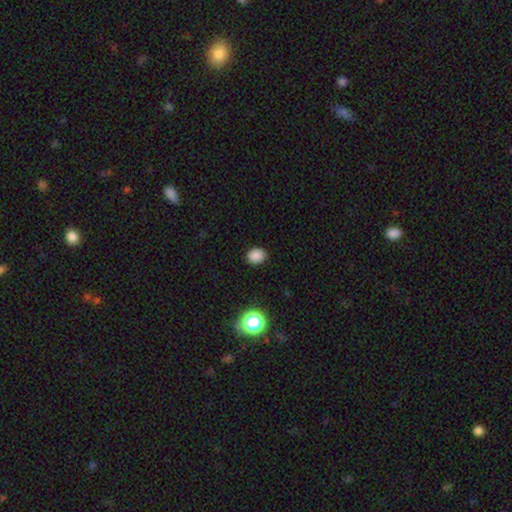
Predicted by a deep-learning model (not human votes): A smooth galaxy with no disk features (84%) that is round (58%). Merging: none (85%).